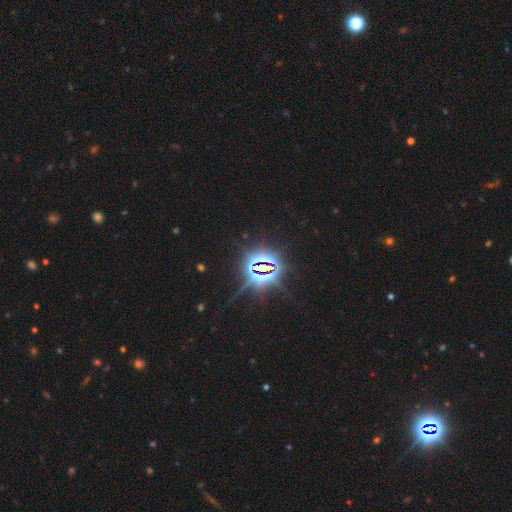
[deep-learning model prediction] Smooth or featured? star or artifact (86%)